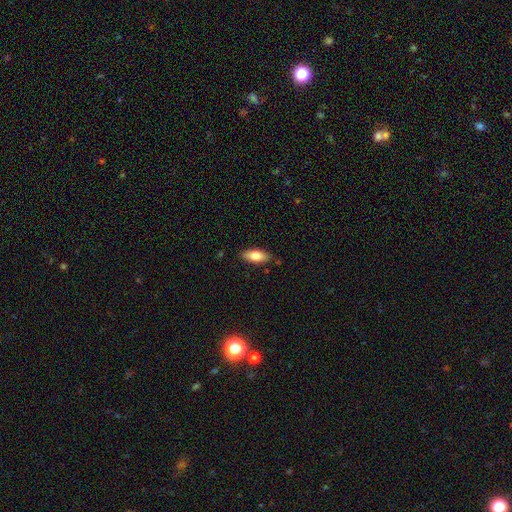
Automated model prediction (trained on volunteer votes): This appears to be a smooth galaxy with no disk features (77%) that is in between round and cigar-shaped (80%). Merging: none (85%).